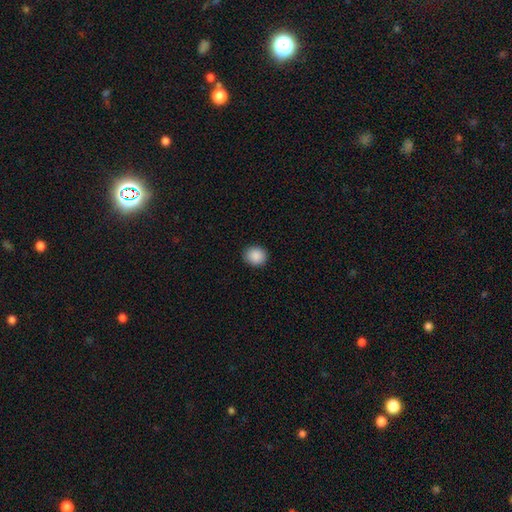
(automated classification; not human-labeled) Q: Smooth or featured?
A: smooth (89%); runner-up: star or artifact (8%)
Q: How rounded?
A: round (83%); runner-up: in between (16%)
Q: Merging?
A: none (91%); runner-up: minor disturbance (6%)